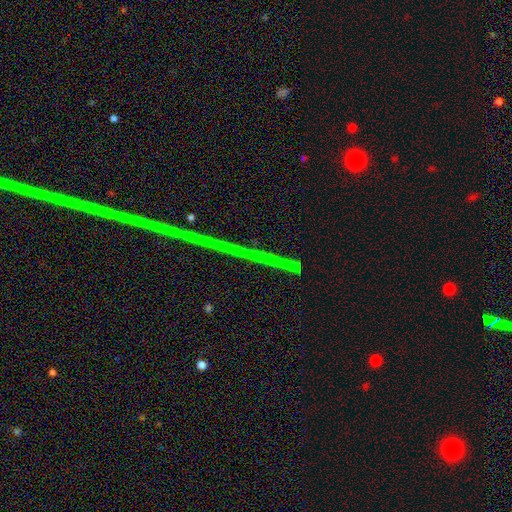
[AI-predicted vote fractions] smooth-or-featured: star or artifact: 79% | featured or disk: 13% | smooth: 8%